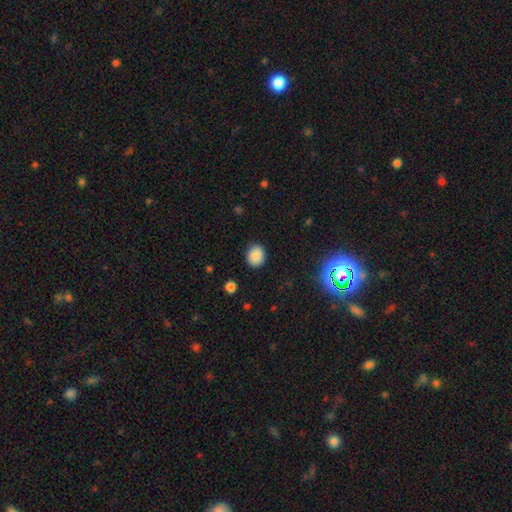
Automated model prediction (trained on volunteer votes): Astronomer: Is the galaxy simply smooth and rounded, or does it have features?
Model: smooth — 86%.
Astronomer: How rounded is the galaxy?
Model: round — 65%.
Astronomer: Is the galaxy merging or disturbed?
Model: none — 87%.